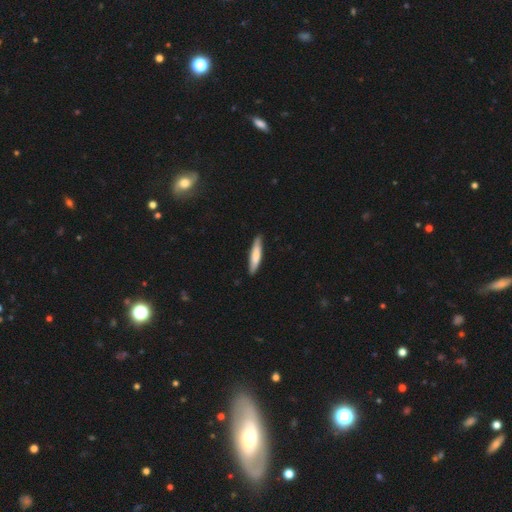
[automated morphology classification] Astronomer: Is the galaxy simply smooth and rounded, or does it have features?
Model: smooth — 74%.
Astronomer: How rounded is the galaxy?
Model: cigar-shaped — 86%.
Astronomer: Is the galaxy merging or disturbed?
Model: none — 86%.